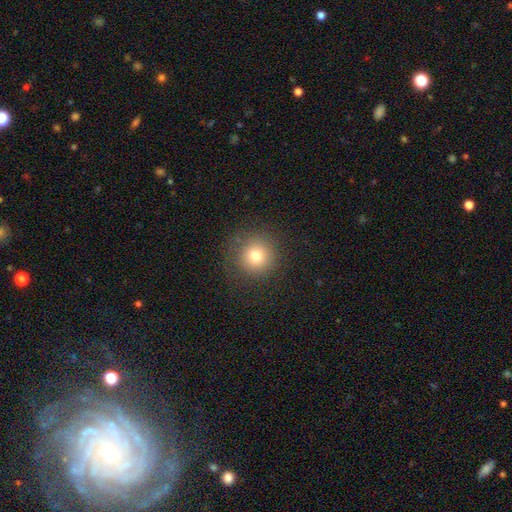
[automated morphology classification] A smooth galaxy with no disk features (75%) that is round (94%). Merging: none (86%).